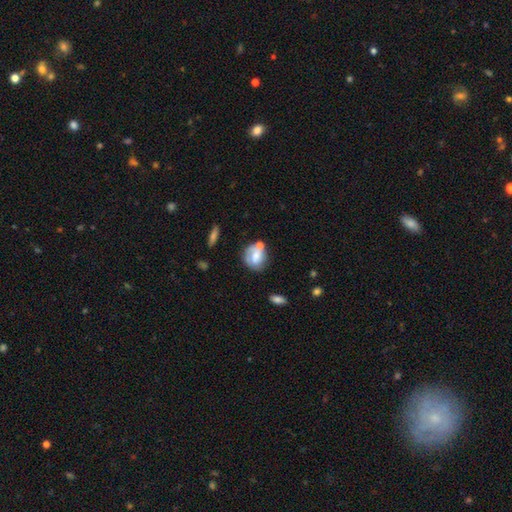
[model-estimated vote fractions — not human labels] Overall: smooth (58%; featured or disk 34%). How rounded: round (61%; in between 38%). Merging: none (46%; minor disturbance 22%).